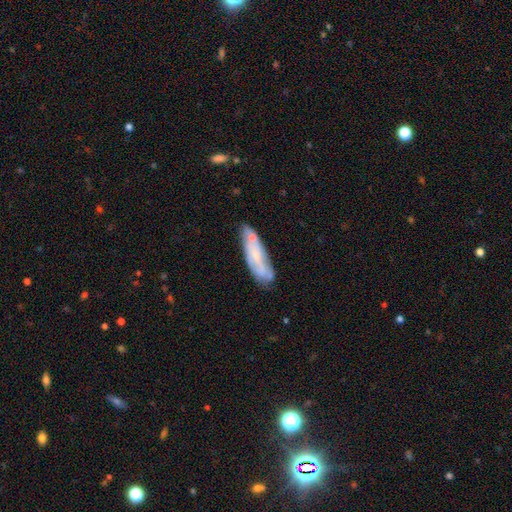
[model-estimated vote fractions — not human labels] featured or disk 47%, smooth 46%, star or artifact 8%. Down the decision tree: merging — none (57%).